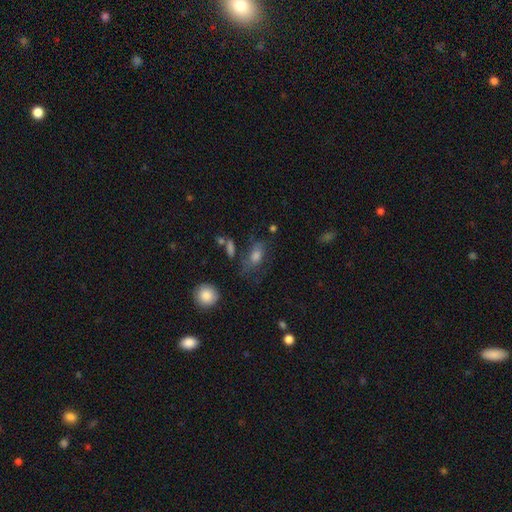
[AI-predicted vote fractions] smooth 56%, featured or disk 27%, star or artifact 17%. Down the decision tree: how rounded — in between (75%); merging — none (55%).